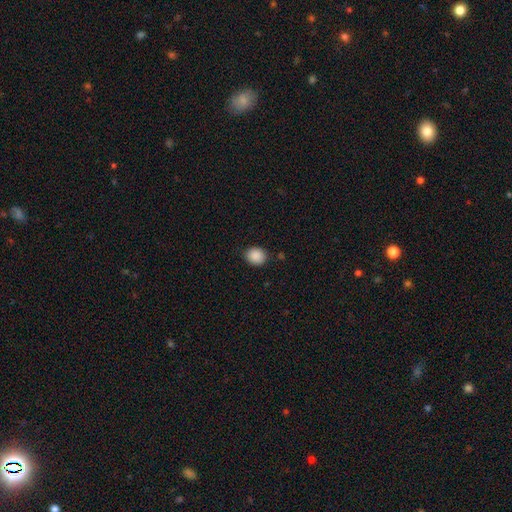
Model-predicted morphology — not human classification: Smooth or featured? Predicted: smooth (p=0.89). How rounded? Predicted: round (p=0.61). Merging? Predicted: none (p=0.84).